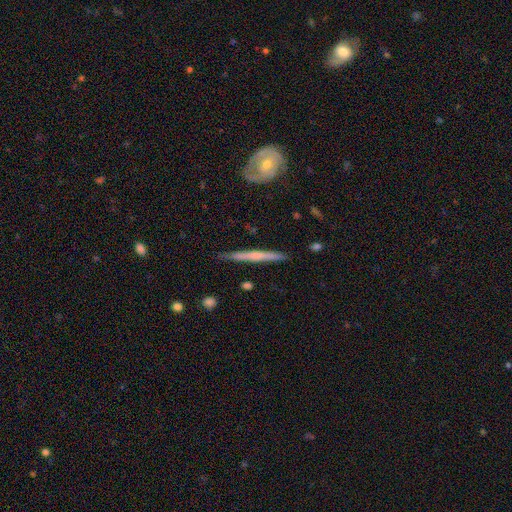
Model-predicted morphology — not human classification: A featured or disk galaxy (58%) viewed edge-on (95%) with no central bulge (67%). Merging: none (87%).